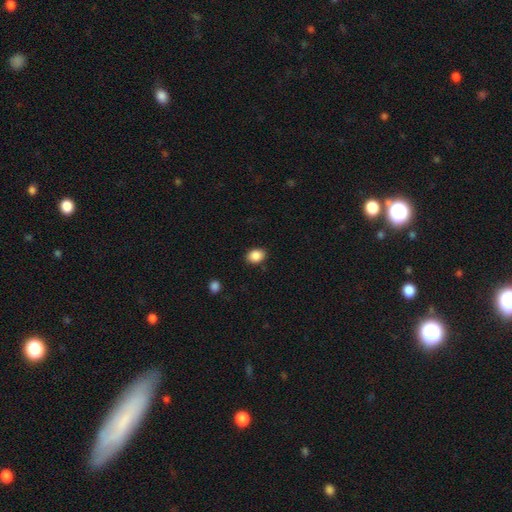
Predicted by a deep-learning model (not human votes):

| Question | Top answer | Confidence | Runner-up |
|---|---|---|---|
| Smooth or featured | smooth | 88% | star or artifact (9%) |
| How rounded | in between | 61% | round (38%) |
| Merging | none | 87% | minor disturbance (10%) |